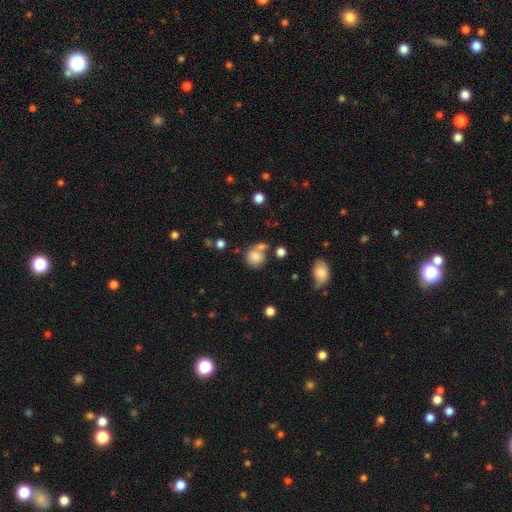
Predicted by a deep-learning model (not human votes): Smooth or featured?
  - smooth: 80% *
  - star or artifact: 10%
  - featured or disk: 10%
How rounded?
  - round: 80% *
  - in between: 19%
  - cigar-shaped: 1%
Merging?
  - none: 51% *
  - merger: 28%
  - minor disturbance: 14%
  - major disturbance: 7%